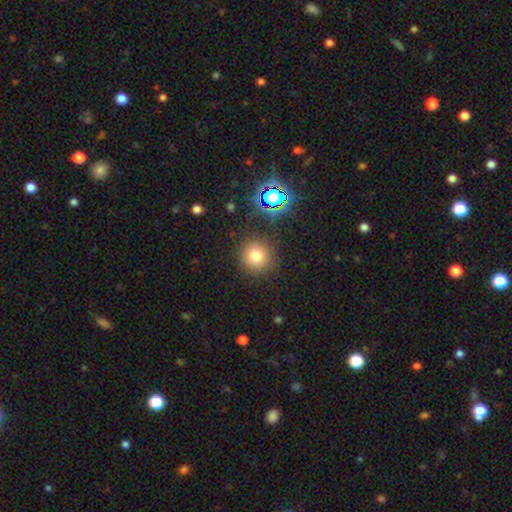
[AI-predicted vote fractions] A smooth galaxy with no disk features (74%) that is round (93%). Merging: none (86%).